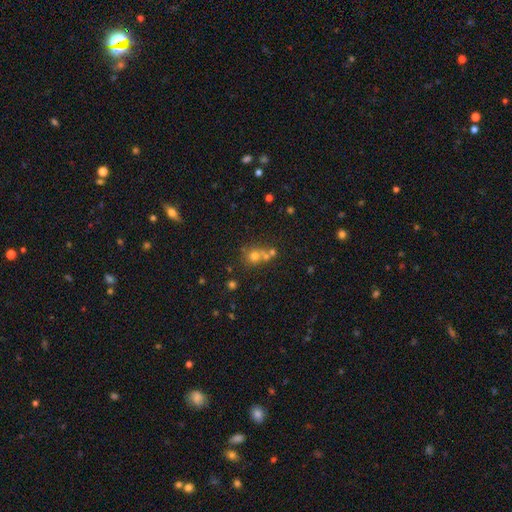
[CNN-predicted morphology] smooth_or_featured: smooth (p=0.56) [alt: star or artifact p=0.28]
how_rounded: round (p=0.83) [alt: in between p=0.16]
merging: none (p=0.50) [alt: merger p=0.37]